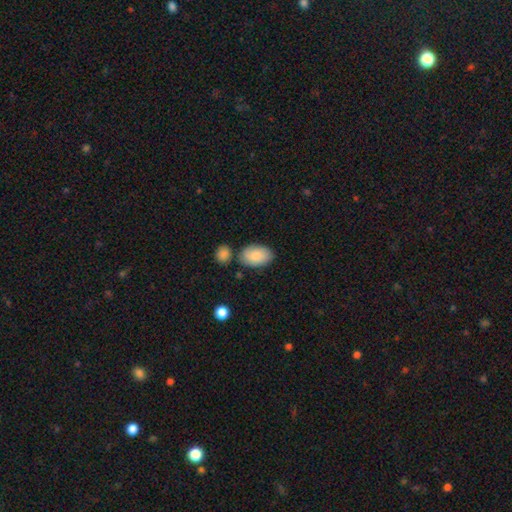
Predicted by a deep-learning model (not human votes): smooth 84%, featured or disk 10%, star or artifact 6%. Down the decision tree: how rounded — in between (92%); merging — none (72%).